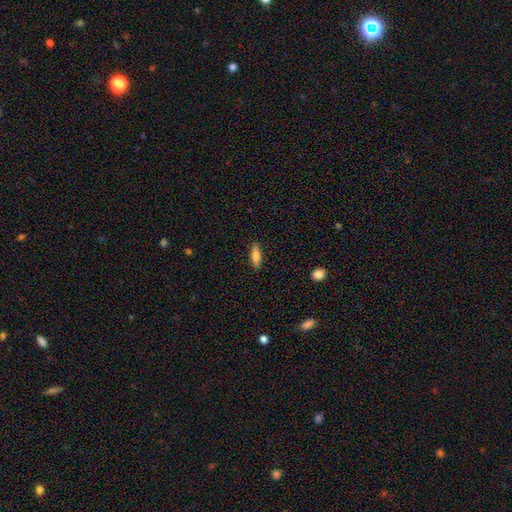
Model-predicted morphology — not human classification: Overall: smooth (73%). How rounded: in between (50%; cigar-shaped 47%). Merging: none (89%).